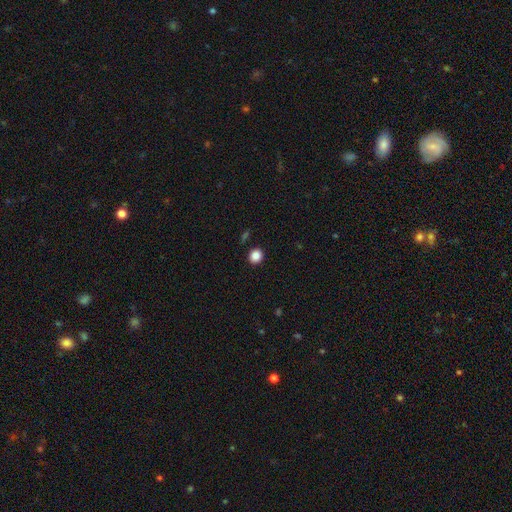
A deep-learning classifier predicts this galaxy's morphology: Smooth or featured? Predicted: smooth (p=0.87). How rounded? Predicted: round (p=0.83). Merging? Predicted: none (p=0.91).